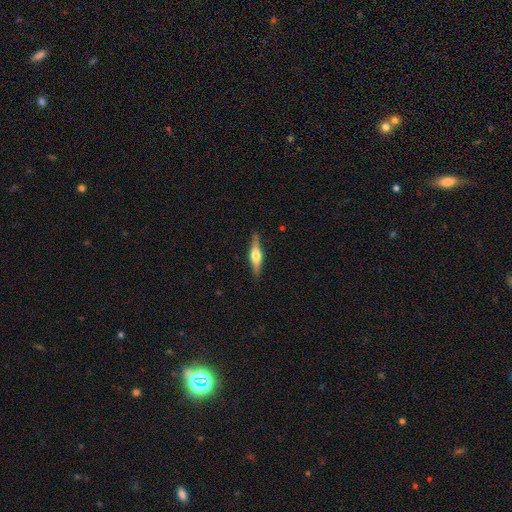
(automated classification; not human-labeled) A featured or disk galaxy (60%) viewed edge-on (96%) with a rounded central bulge (92%).

Vote fractions:
- Smooth or featured? featured or disk: 60% / smooth: 35% / star or artifact: 6%
- Edge-on disk? yes: 96% / no: 4%
- Edge-on bulge? rounded: 92% / boxy: 6% / none: 2%
- Merging? none: 87% / minor disturbance: 10% / major disturbance: 2% / merger: 1%